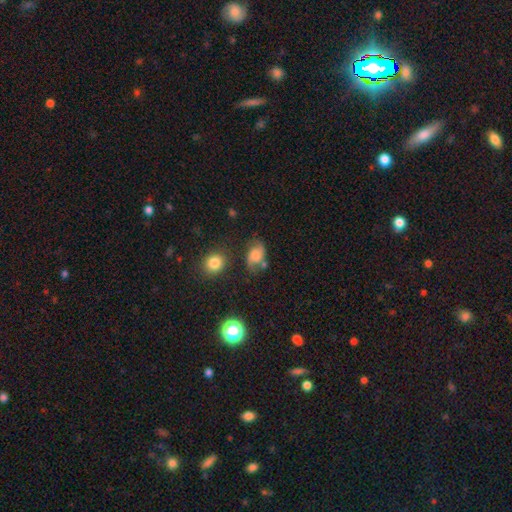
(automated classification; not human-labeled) Smooth or featured? smooth (48%)
Merging? none (52%)